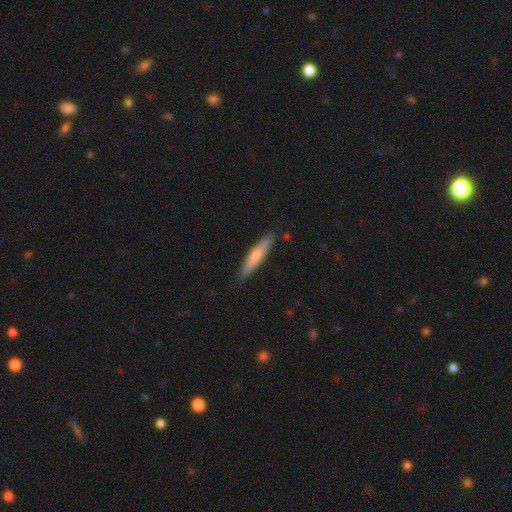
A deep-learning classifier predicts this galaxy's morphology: type=smooth (63%); roundness=cigar-shaped (87%); merging=none (86%).